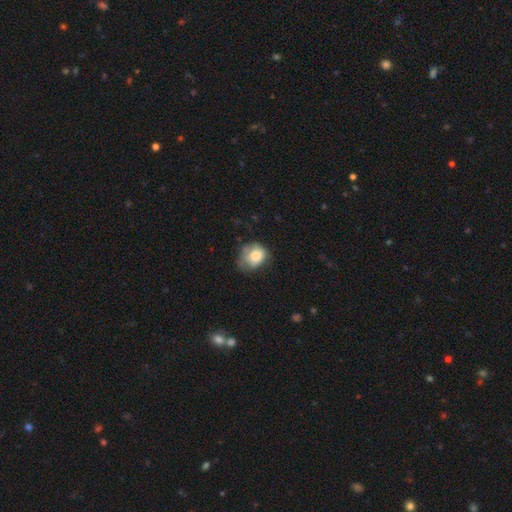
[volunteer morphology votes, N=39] This is clearly a smooth galaxy (87%). How rounded: possibly round (50%, tied with in between). Merging: marginally none (43%).